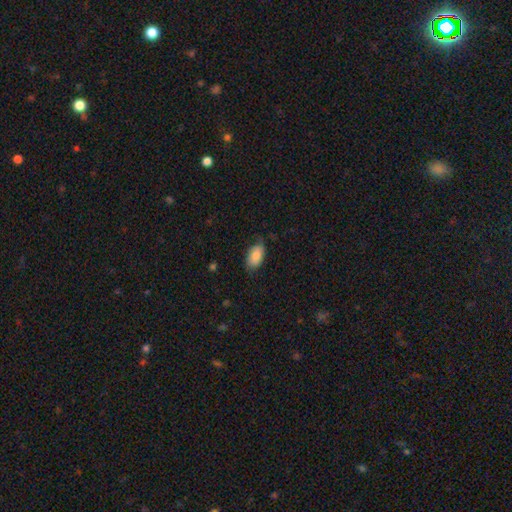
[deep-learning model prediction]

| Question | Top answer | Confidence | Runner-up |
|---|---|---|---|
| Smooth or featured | smooth | 80% | featured or disk (14%) |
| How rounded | in between | 93% | round (4%) |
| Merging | none | 66% | minor disturbance (26%) |